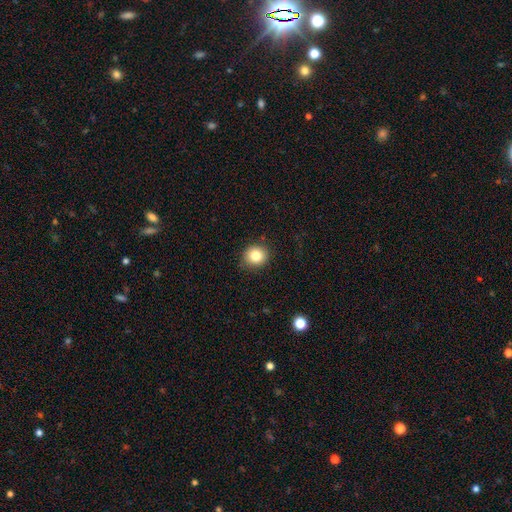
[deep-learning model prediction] Morphology: type=smooth (82%); roundness=round (82%); merging=none (87%).